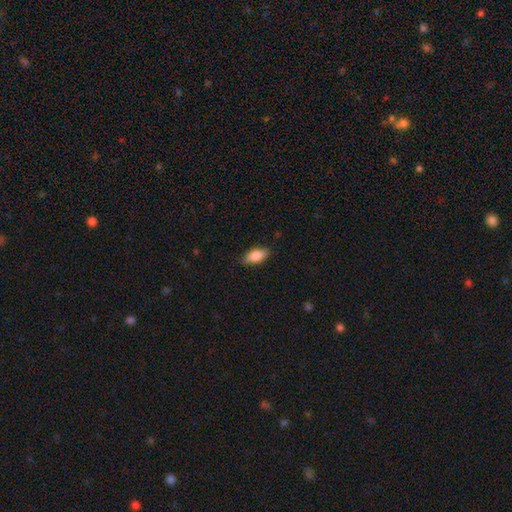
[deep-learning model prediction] Smooth or featured: smooth — 85% (featured or disk — 9%)
How rounded: in between — 88% (cigar-shaped — 9%)
Merging: none — 86% (minor disturbance — 11%)